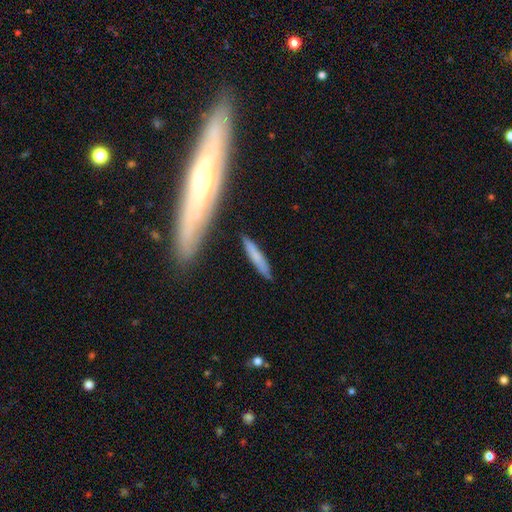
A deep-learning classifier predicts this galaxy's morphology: Smooth or featured: smooth — 64% (featured or disk — 30%)
How rounded: cigar-shaped — 88% (in between — 9%)
Merging: none — 82% (minor disturbance — 12%)